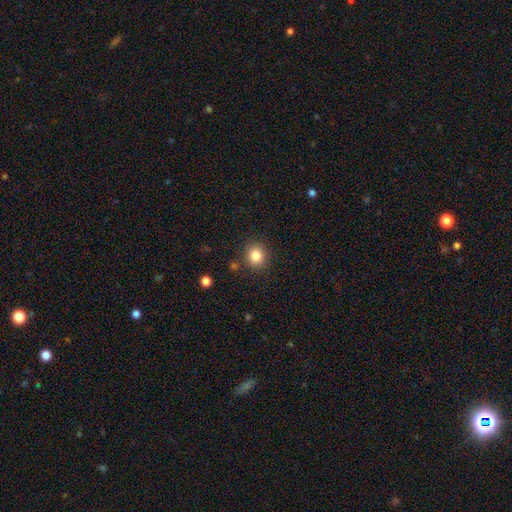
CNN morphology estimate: This is clearly a smooth galaxy (84%). How rounded: clearly round (86%). Merging: clearly none (87%).